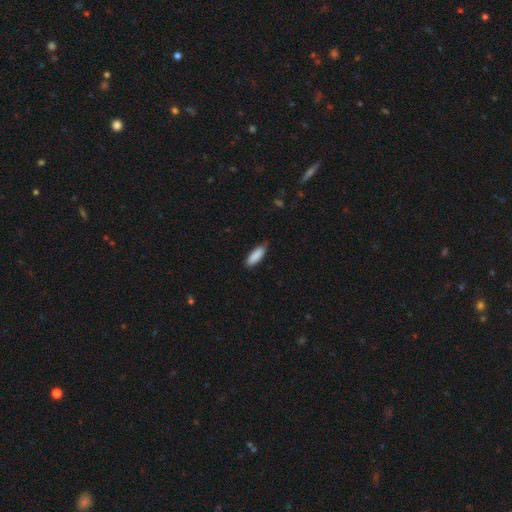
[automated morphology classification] A smooth galaxy with no disk features (89%) that is in between round and cigar-shaped (58%). Merging: none (82%).